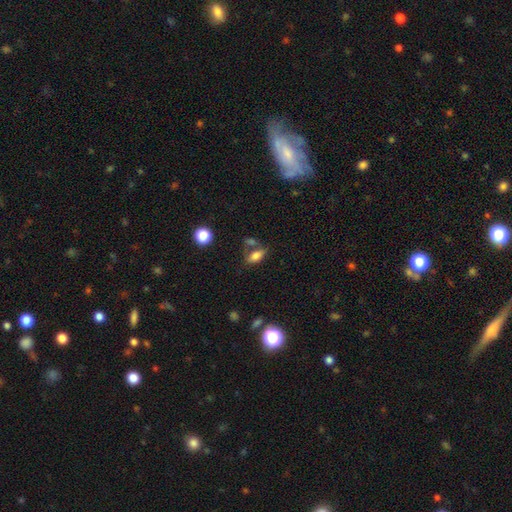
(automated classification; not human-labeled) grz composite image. It shows a smooth galaxy with no disk features (75%) that is in between round and cigar-shaped (85%). Merging: none (56%).